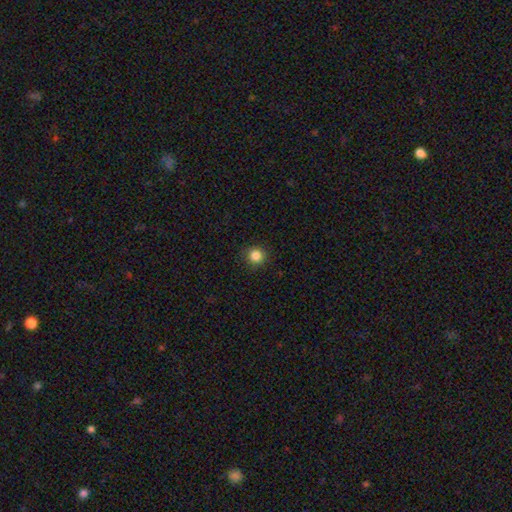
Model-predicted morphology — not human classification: This appears to be a smooth galaxy with no disk features (85%) that is round (94%). Merging: none (90%).